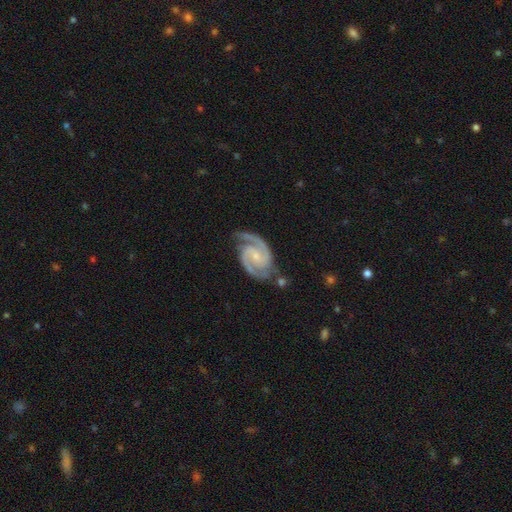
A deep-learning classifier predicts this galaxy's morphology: type=featured or disk (93%); edge-on=no (98%); bar=no (49%); spiral arms=yes (99%); winding=medium (51%); arm count=2 (92%); bulge=small (70%); merging=none (71%).